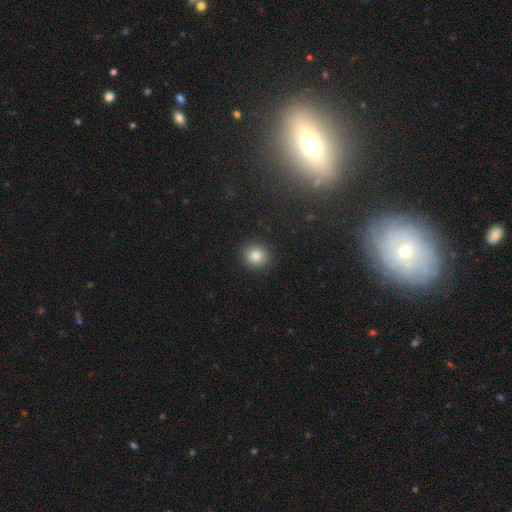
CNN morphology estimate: Smooth or featured: smooth — 84% (star or artifact — 10%)
How rounded: round — 84% (in between — 15%)
Merging: none — 91% (minor disturbance — 6%)